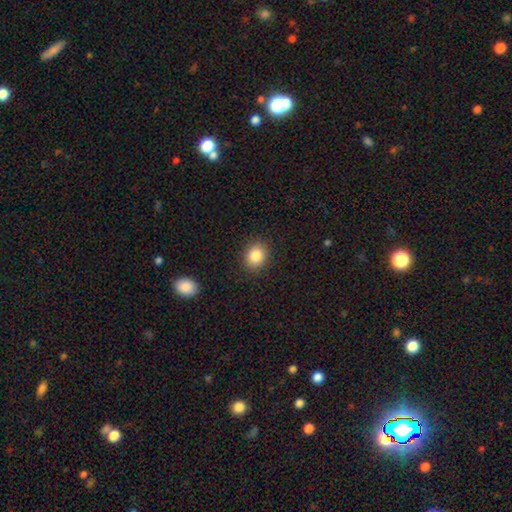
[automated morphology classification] type=smooth (84%); roundness=round (61%); merging=none (89%).